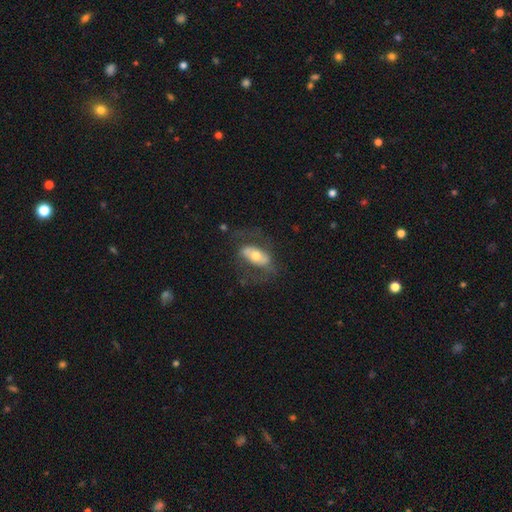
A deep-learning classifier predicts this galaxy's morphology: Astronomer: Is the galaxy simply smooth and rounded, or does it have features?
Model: featured or disk — 54% (runner-up: smooth, 40%).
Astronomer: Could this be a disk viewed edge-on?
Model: no — 86%.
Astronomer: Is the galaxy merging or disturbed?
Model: none — 60%.